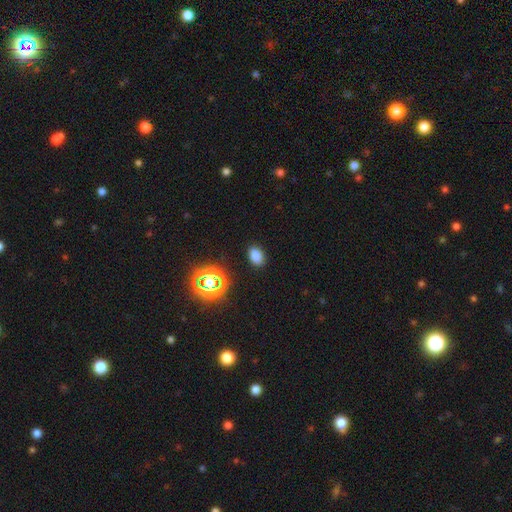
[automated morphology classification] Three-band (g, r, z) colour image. It shows a smooth galaxy with no disk features (75%) that is in between round and cigar-shaped (83%). Merging: none (87%).